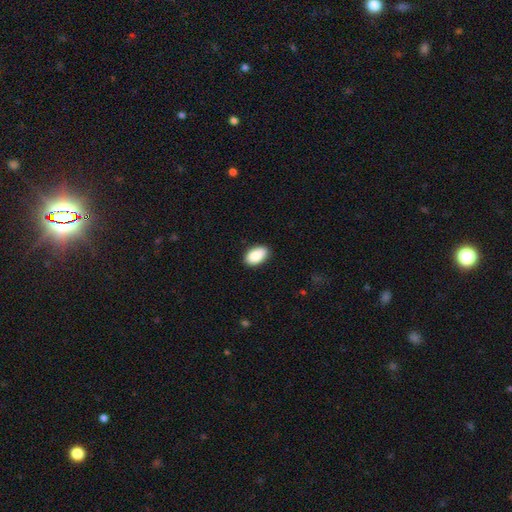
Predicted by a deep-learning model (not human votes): Smooth or featured? Predicted: smooth (p=0.89). How rounded? Predicted: in between (p=0.93). Merging? Predicted: none (p=0.85).